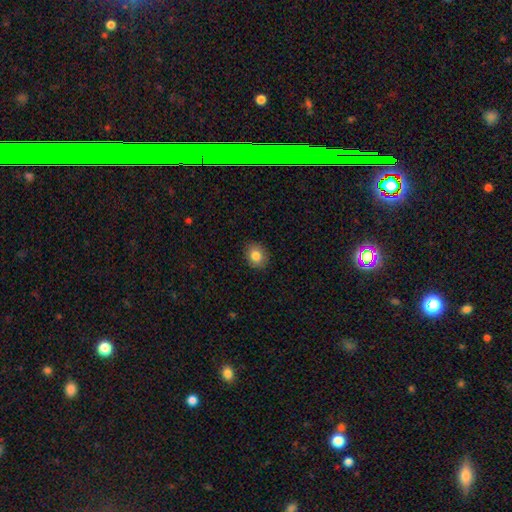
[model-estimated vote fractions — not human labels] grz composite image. It shows a smooth galaxy with no disk features (84%) that is round (61%). Merging: none (89%).